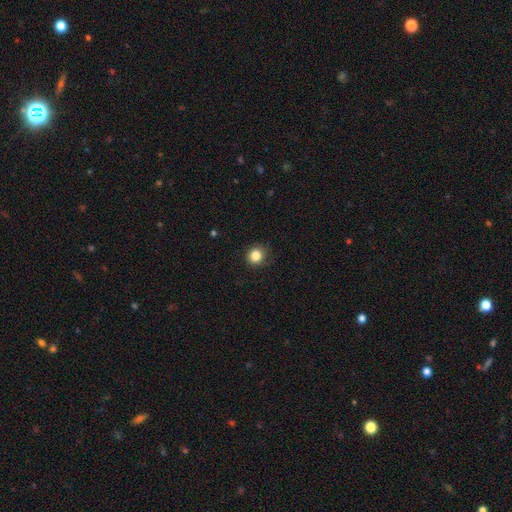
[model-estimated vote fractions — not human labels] Overall: smooth (84%). How rounded: round (88%). Merging: none (84%).